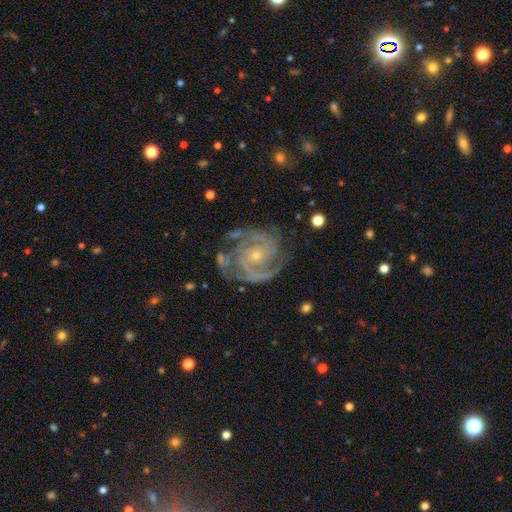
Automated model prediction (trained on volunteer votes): This appears to be a featured or disk galaxy (92%) with no bar (69%), 2 (52%) tight (60%) spiral arms (98%) and a small central bulge (70%). Merging: none (71%).